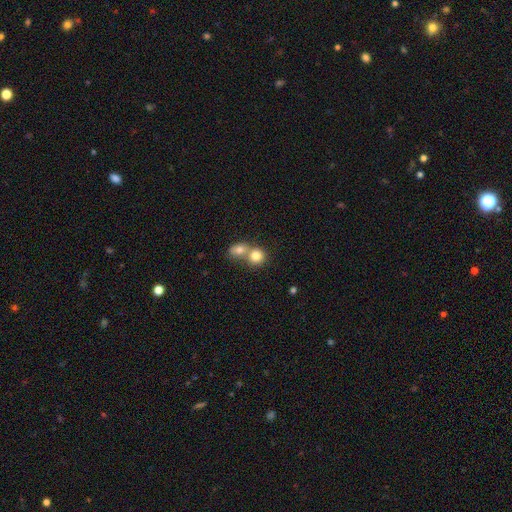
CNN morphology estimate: smooth-or-featured: smooth: 79% | featured or disk: 11% | star or artifact: 10%
  how-rounded: round: 80% | in between: 19% | cigar-shaped: 1%
  merging: merger: 59% | none: 33% | minor disturbance: 6% | major disturbance: 2%